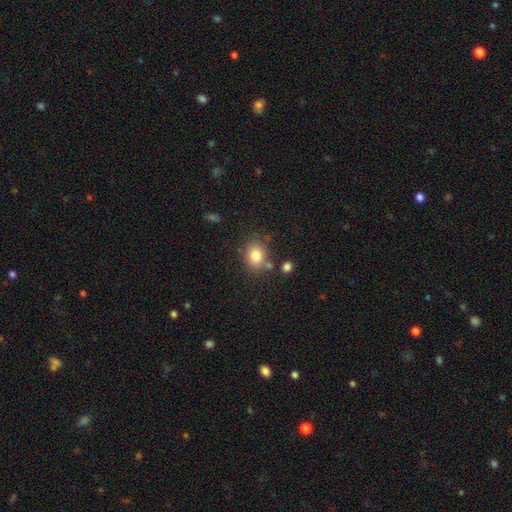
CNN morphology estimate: Smooth or featured?
  - smooth: 81% *
  - star or artifact: 10%
  - featured or disk: 9%
How rounded?
  - round: 51% *
  - in between: 48%
  - cigar-shaped: 1%
Merging?
  - none: 73% *
  - minor disturbance: 13%
  - merger: 10%
  - major disturbance: 4%